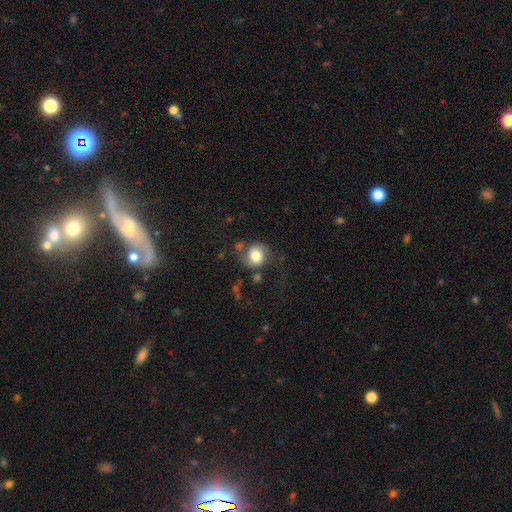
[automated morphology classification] smooth-or-featured: smooth: 66% | featured or disk: 26% | star or artifact: 9%
  how-rounded: round: 77% | in between: 22% | cigar-shaped: 1%
  merging: none: 53% | minor disturbance: 22% | major disturbance: 19% | merger: 7%